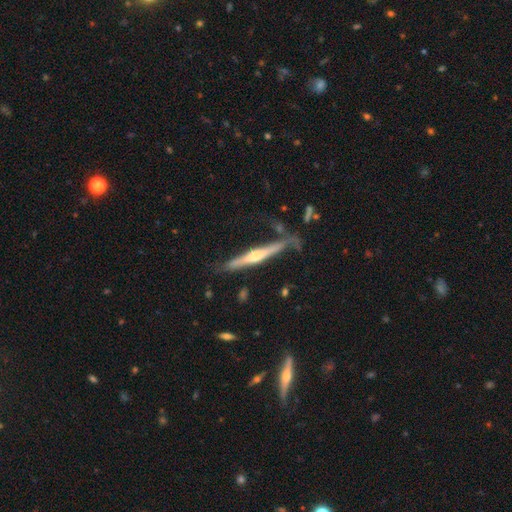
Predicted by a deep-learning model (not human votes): Morphology: type=featured or disk (73%); edge-on=yes (97%); edge-on bulge=rounded (82%); merging=none (67%).